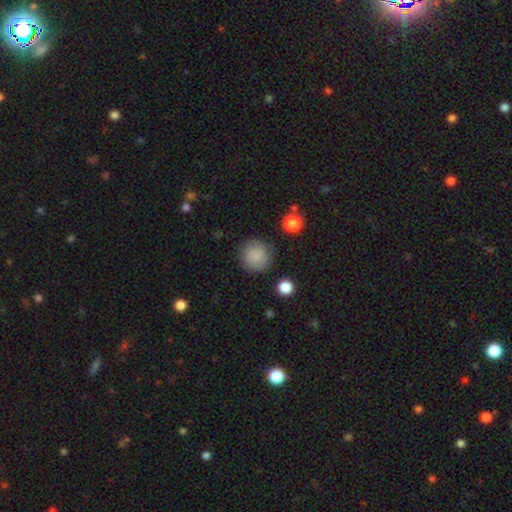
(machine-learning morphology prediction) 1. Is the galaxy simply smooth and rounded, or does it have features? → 86% smooth, 9% star or artifact, 6% featured or disk.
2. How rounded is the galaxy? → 95% round, 4% in between, 1% cigar-shaped.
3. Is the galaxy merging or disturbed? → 85% none, 9% minor disturbance, 3% major disturbance, 2% merger.